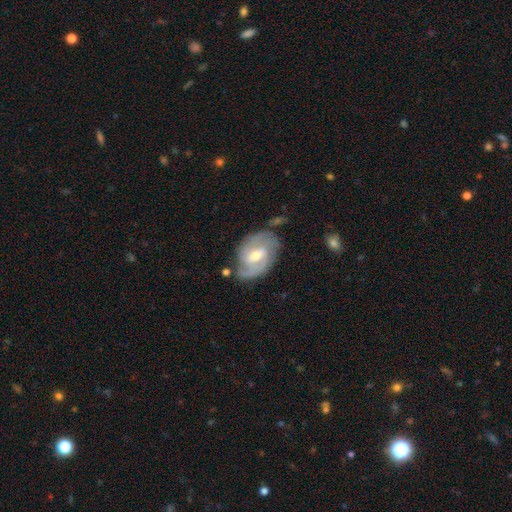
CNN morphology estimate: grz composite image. It shows a featured or disk galaxy (83%) with a weak bar (56%), 2 (72%) medium (44%) spiral arms (94%) and a moderate central bulge (58%). Merging: none (66%).